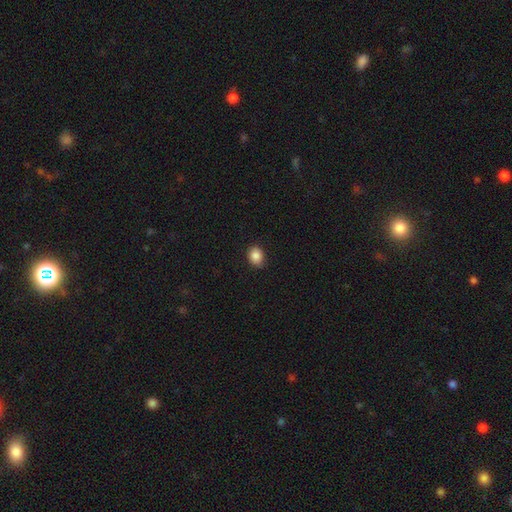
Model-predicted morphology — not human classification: Smooth or featured: smooth — 87% (star or artifact — 9%)
How rounded: round — 52% (in between — 47%)
Merging: none — 82% (minor disturbance — 14%)